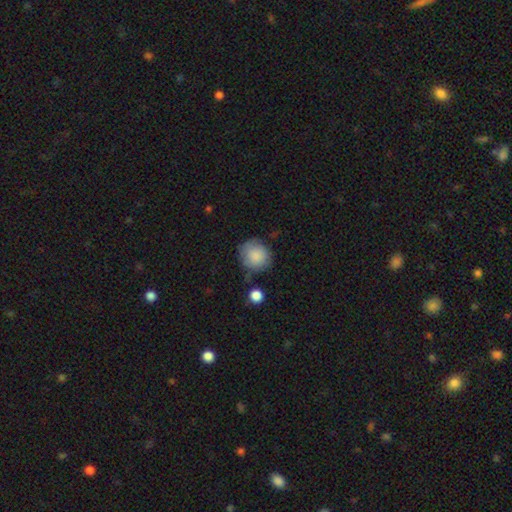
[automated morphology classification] A smooth galaxy with no disk features (84%) that is round (87%).

Vote fractions:
- Smooth or featured? smooth: 84% / featured or disk: 9% / star or artifact: 7%
- How rounded? round: 87% / in between: 12% / cigar-shaped: 1%
- Merging? none: 69% / minor disturbance: 20% / major disturbance: 6% / merger: 5%